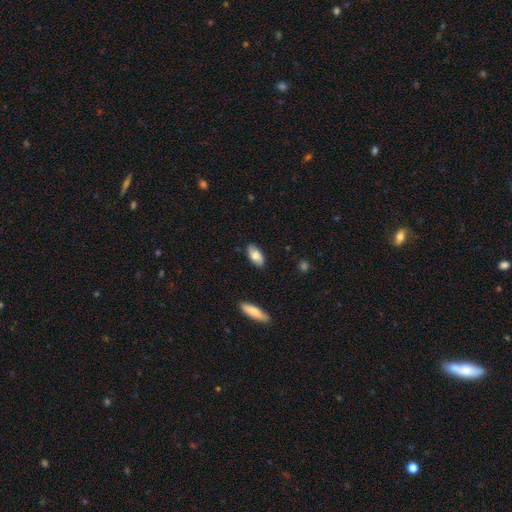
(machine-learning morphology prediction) smooth_or_featured: smooth (p=0.78) [alt: featured or disk p=0.16]
how_rounded: in between (p=0.91) [alt: cigar-shaped p=0.07]
merging: none (p=0.86) [alt: minor disturbance p=0.11]